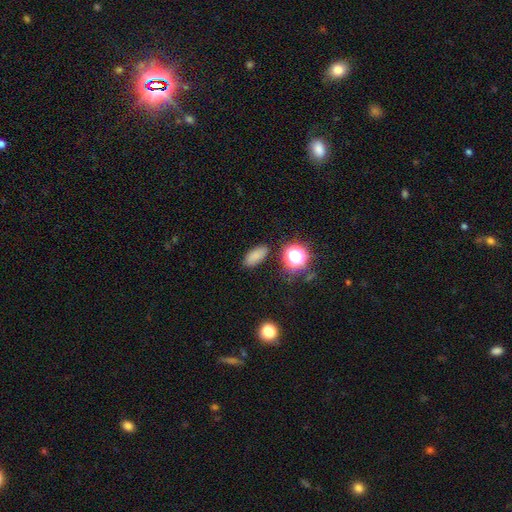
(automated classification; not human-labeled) Smooth or featured?
  - smooth: 76% *
  - star or artifact: 17%
  - featured or disk: 7%
How rounded?
  - in between: 86% *
  - round: 8%
  - cigar-shaped: 6%
Merging?
  - none: 85% *
  - minor disturbance: 10%
  - major disturbance: 3%
  - merger: 2%